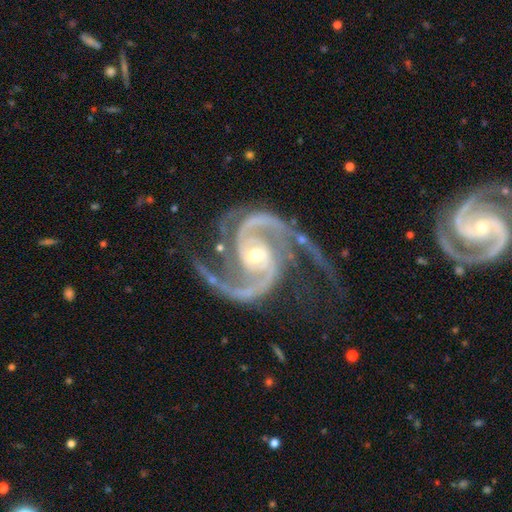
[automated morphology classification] The model was most divided on "bulge size": moderate: 50%, small: 46%, large: 2%, none: 1%, dominant: 1%. Remaining: spiral arms — yes (99%); edge-on disk — no (98%); smooth or featured — featured or disk (95%); spiral arm count — 2 (89%); merging — none (62%); spiral winding — medium (59%); bar — no (42%).